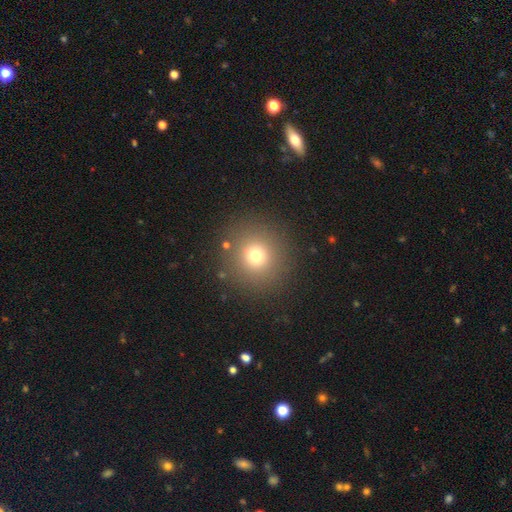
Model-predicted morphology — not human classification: A smooth galaxy with no disk features (72%) that is round (94%). Merging: none (88%).